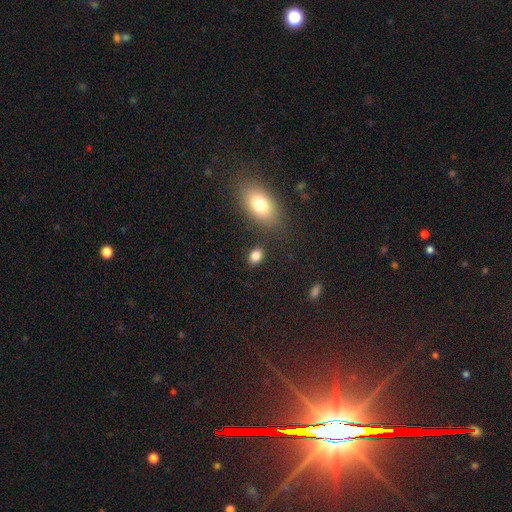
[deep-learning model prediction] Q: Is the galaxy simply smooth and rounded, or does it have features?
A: smooth — 84%.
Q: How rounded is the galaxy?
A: in between — 77%.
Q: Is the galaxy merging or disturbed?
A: none — 81%.